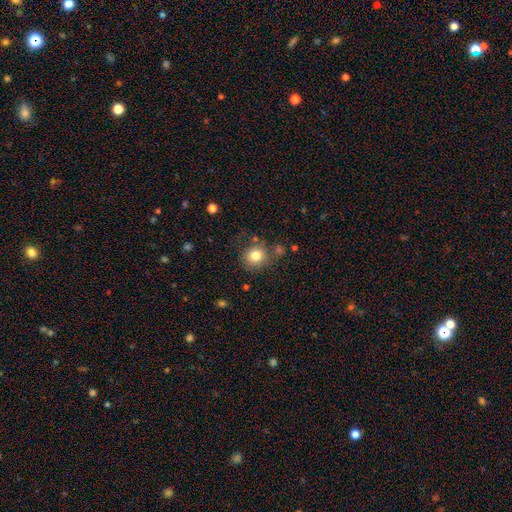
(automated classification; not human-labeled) Smooth or featured: smooth — 81% (star or artifact — 11%)
How rounded: round — 85% (in between — 14%)
Merging: none — 76% (minor disturbance — 13%)